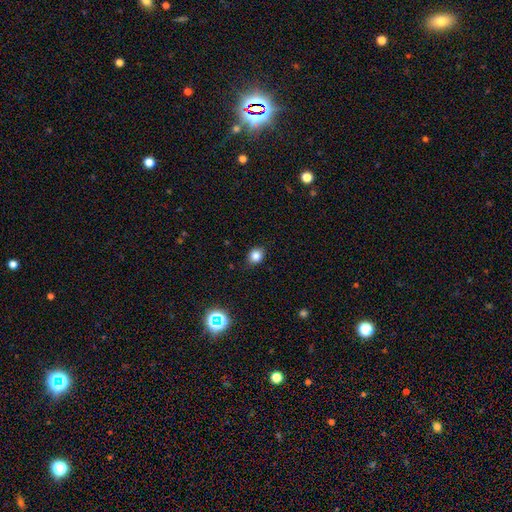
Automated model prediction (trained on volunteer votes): Smooth or featured?
  - smooth: 82% *
  - star or artifact: 13%
  - featured or disk: 5%
How rounded?
  - round: 58% *
  - in between: 41%
  - cigar-shaped: 1%
Merging?
  - none: 85% *
  - minor disturbance: 11%
  - major disturbance: 3%
  - merger: 1%